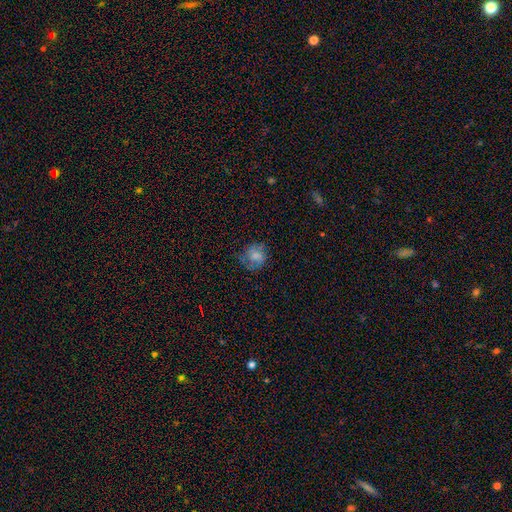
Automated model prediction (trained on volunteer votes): Overall: smooth (69%). How rounded: round (80%). Merging: none (64%).